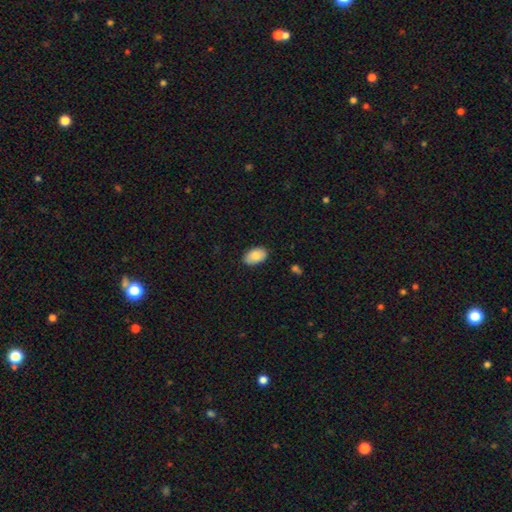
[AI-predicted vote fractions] Smooth or featured?
  - smooth: 83% *
  - featured or disk: 10%
  - star or artifact: 6%
How rounded?
  - in between: 92% *
  - round: 7%
  - cigar-shaped: 1%
Merging?
  - none: 85% *
  - minor disturbance: 12%
  - major disturbance: 2%
  - merger: 1%